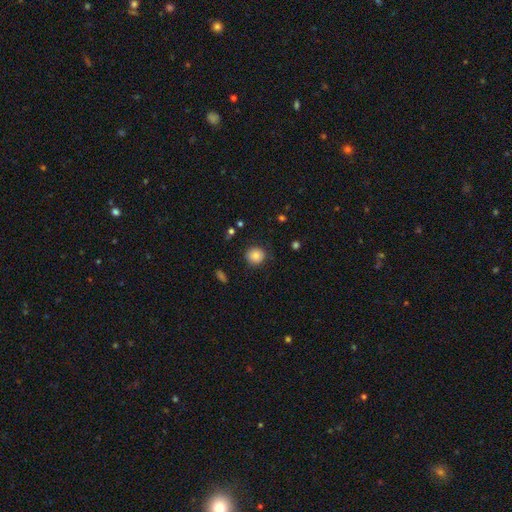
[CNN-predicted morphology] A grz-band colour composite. It shows a smooth galaxy with no disk features (85%) that is round (90%). Merging: none (84%).